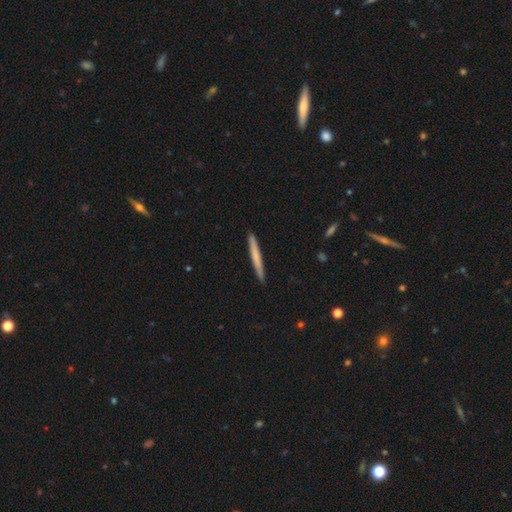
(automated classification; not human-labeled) A smooth galaxy with no disk features (63%) that is cigar-shaped (97%).

Vote fractions:
- Smooth or featured? smooth: 63% / featured or disk: 32% / star or artifact: 5%
- How rounded? cigar-shaped: 97% / in between: 2% / round: 1%
- Merging? none: 91% / minor disturbance: 7% / major disturbance: 1% / merger: 1%